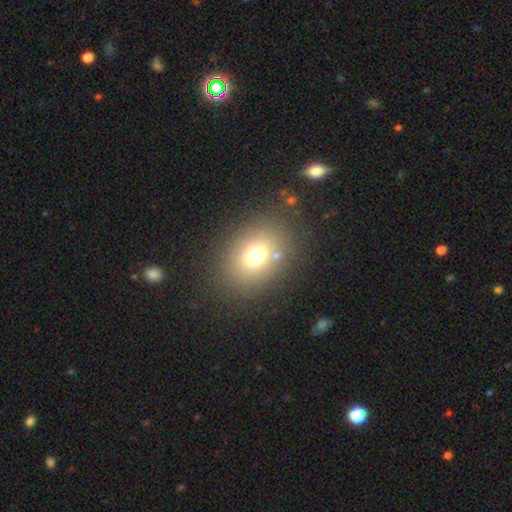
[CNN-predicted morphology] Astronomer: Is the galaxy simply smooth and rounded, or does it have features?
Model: smooth — 71%.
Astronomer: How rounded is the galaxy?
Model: in between — 55% (runner-up: round, 44%).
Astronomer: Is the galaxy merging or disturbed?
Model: none — 82%.